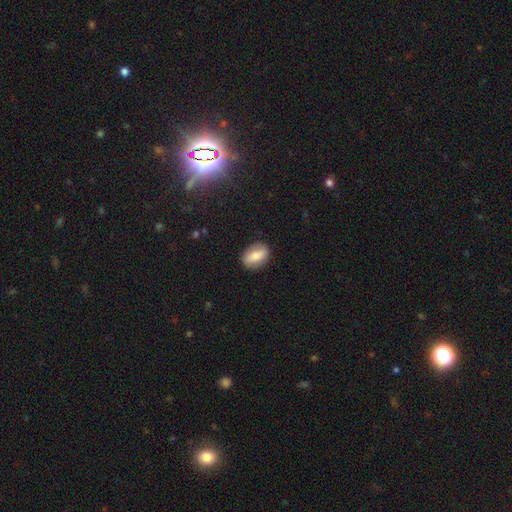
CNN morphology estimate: smooth-or-featured: smooth: 65% | featured or disk: 28% | star or artifact: 7%
  how-rounded: in between: 79% | round: 17% | cigar-shaped: 4%
  merging: none: 86% | minor disturbance: 10% | major disturbance: 3% | merger: 1%